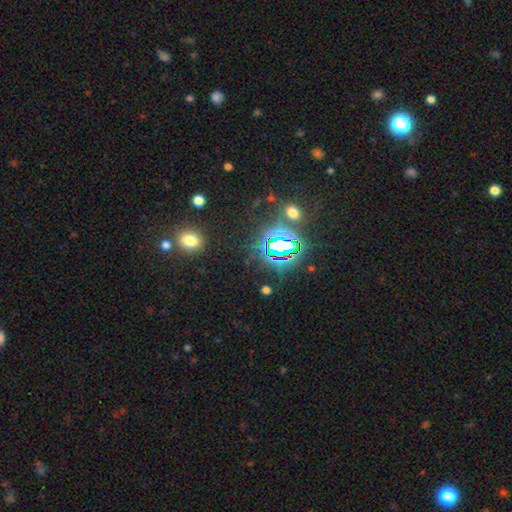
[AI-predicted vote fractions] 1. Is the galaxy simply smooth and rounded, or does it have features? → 74% star or artifact, 18% smooth, 8% featured or disk.